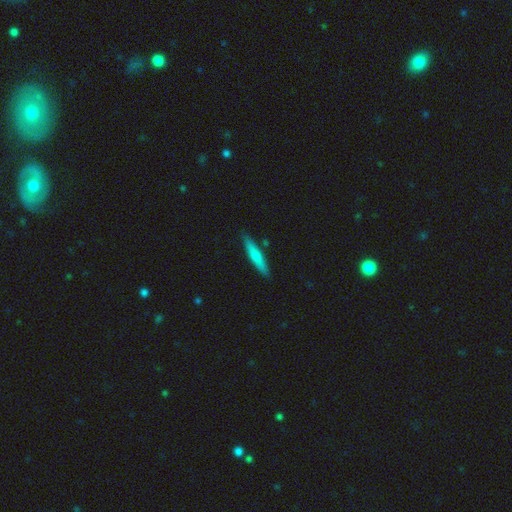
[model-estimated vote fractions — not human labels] Smooth or featured: smooth — 63% (featured or disk — 32%)
How rounded: cigar-shaped — 89% (in between — 10%)
Merging: none — 87% (minor disturbance — 9%)